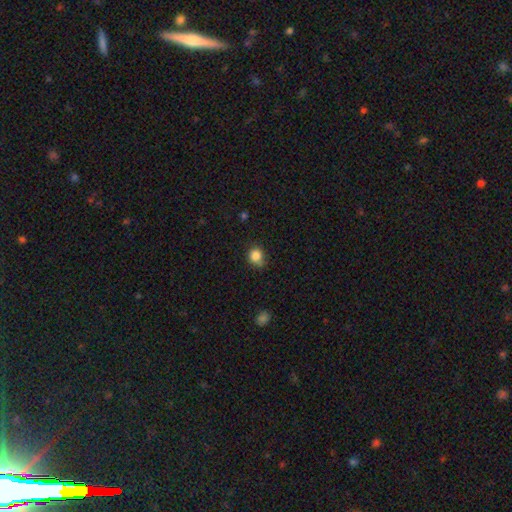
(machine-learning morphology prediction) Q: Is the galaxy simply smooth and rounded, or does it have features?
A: smooth — 85%.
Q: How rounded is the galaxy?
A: round — 83%.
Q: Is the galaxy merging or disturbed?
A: none — 75%.